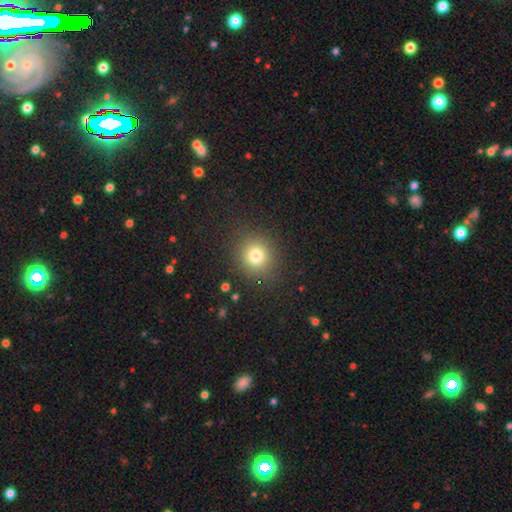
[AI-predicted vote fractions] A smooth galaxy with no disk features (77%) that is round (85%). Merging: none (87%).